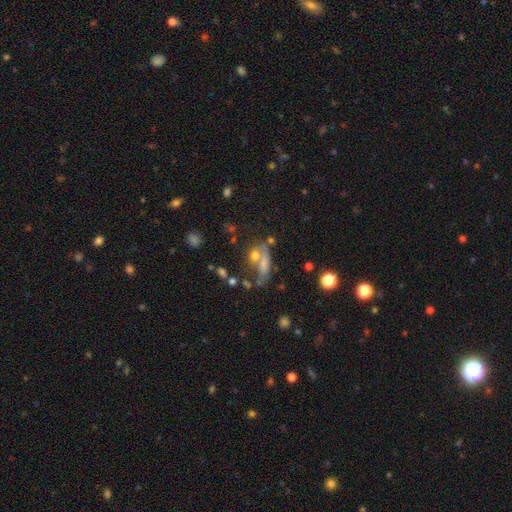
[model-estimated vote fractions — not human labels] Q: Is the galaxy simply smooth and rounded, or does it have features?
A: smooth — 36%.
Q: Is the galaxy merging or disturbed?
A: none — 34%, tied with merger.